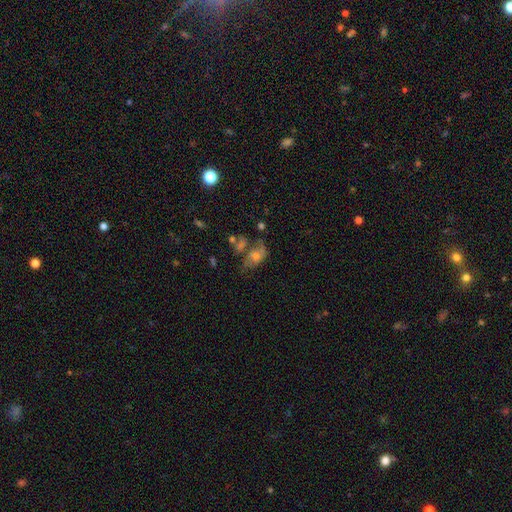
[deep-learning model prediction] smooth-or-featured: featured or disk: 49% | smooth: 35% | star or artifact: 16%
  merging: none: 32% | major disturbance: 28% | merger: 20% | minor disturbance: 20%